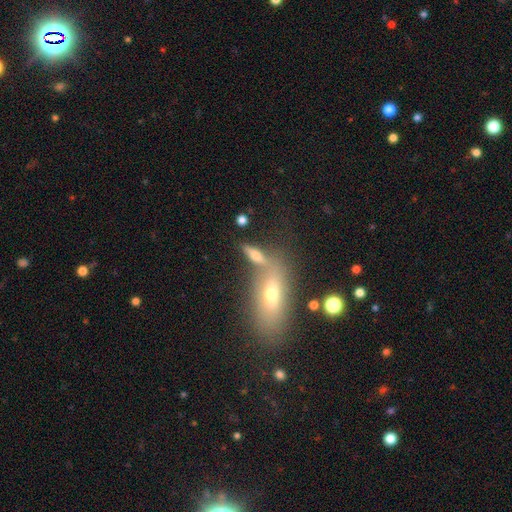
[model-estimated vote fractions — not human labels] This is possibly a smooth galaxy (59%). How rounded: possibly in between (51%). Merging: possibly none (49%).